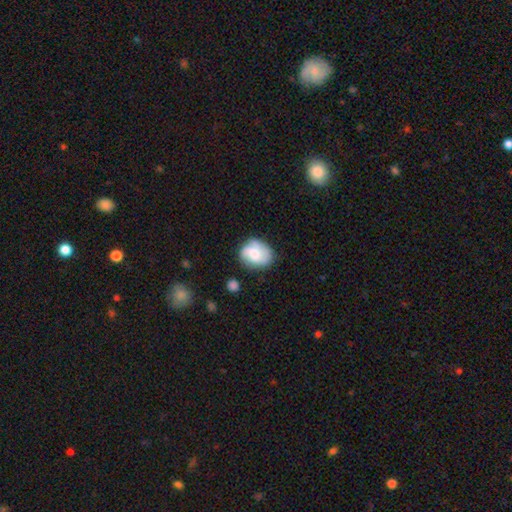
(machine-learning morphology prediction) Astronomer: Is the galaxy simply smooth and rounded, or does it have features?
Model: smooth — 50% (runner-up: featured or disk, 42%).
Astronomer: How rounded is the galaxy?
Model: round — 53% (runner-up: in between, 46%).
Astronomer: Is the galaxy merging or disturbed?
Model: none — 65%.